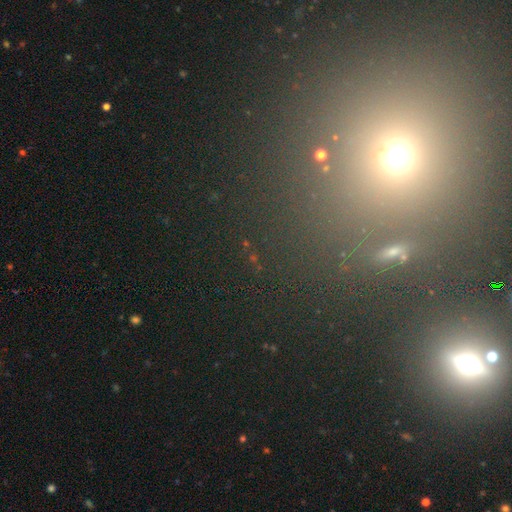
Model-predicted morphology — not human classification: star or artifact 55%, smooth 34%, featured or disk 11%.